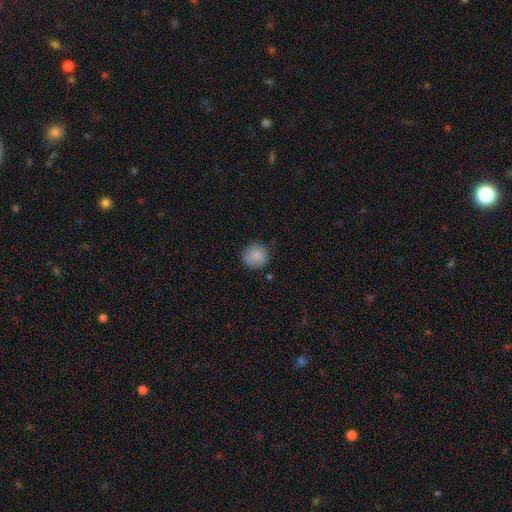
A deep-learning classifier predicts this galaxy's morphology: This is clearly a smooth galaxy (86%). How rounded: clearly round (93%). Merging: clearly none (83%).